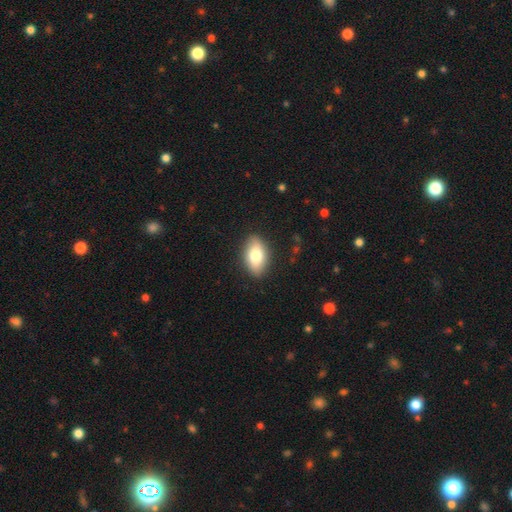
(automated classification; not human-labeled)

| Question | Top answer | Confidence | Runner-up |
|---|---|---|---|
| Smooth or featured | smooth | 77% | featured or disk (16%) |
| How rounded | in between | 91% | round (7%) |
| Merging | none | 87% | minor disturbance (9%) |